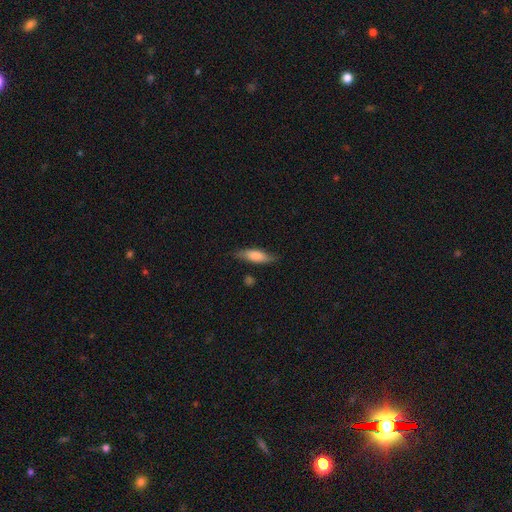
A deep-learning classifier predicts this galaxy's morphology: Smooth or featured? Predicted: smooth (p=0.71). How rounded? Predicted: cigar-shaped (p=0.54). Merging? Predicted: none (p=0.75).